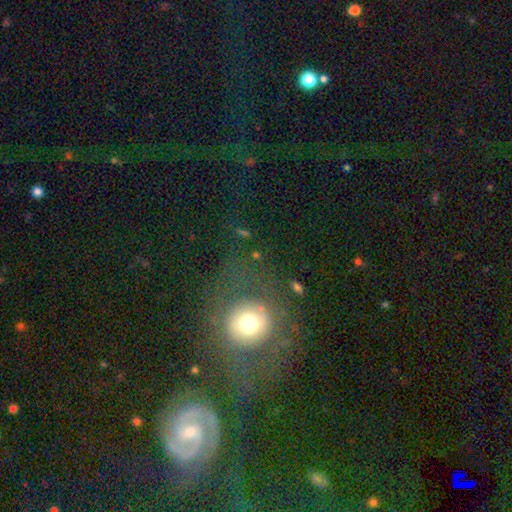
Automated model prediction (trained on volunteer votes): smooth 56%, featured or disk 25%, star or artifact 19%. Down the decision tree: how rounded — round (86%); merging — none (68%).